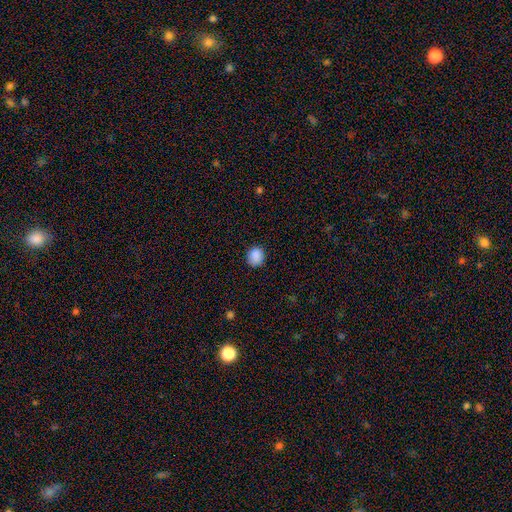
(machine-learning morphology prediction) A smooth galaxy with no disk features (88%) that is round (73%). Merging: none (84%).